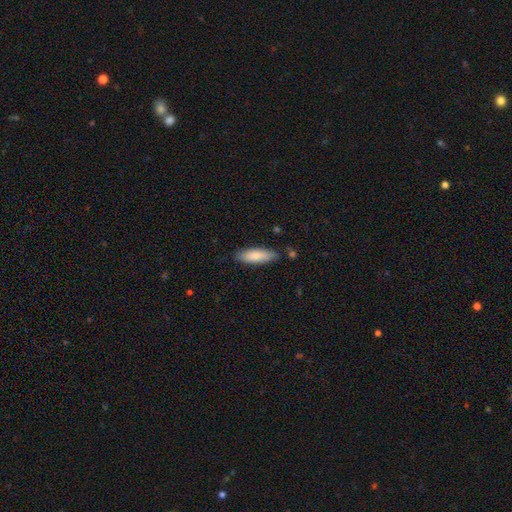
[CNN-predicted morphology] A smooth galaxy with no disk features (83%) that is in between round and cigar-shaped (55%).

Vote fractions:
- Smooth or featured? smooth: 83% / featured or disk: 11% / star or artifact: 6%
- How rounded? in between: 55% / cigar-shaped: 44% / round: 2%
- Merging? none: 81% / minor disturbance: 14% / merger: 3% / major disturbance: 3%